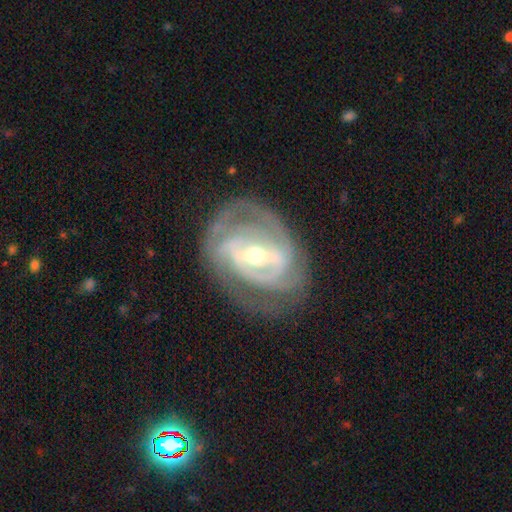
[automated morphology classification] Q: Smooth or featured?
A: featured or disk (88%); runner-up: smooth (7%)
Q: Edge-on disk?
A: no (96%); runner-up: yes (4%)
Q: Bar?
A: strong (52%); runner-up: weak (34%)
Q: Spiral arms?
A: yes (92%); runner-up: no (8%)
Q: Spiral winding?
A: tight (58%); runner-up: medium (33%)
Q: Spiral arm count?
A: 2 (44%); runner-up: can't tell (23%)
Q: Bulge size?
A: moderate (53%); runner-up: small (42%)
Q: Merging?
A: none (69%); runner-up: minor disturbance (18%)